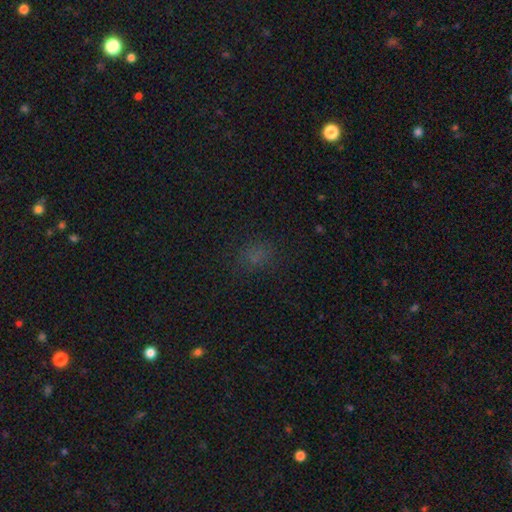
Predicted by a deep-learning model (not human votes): Smooth or featured? smooth (65%)
How rounded? round (55%)
Merging? none (80%)